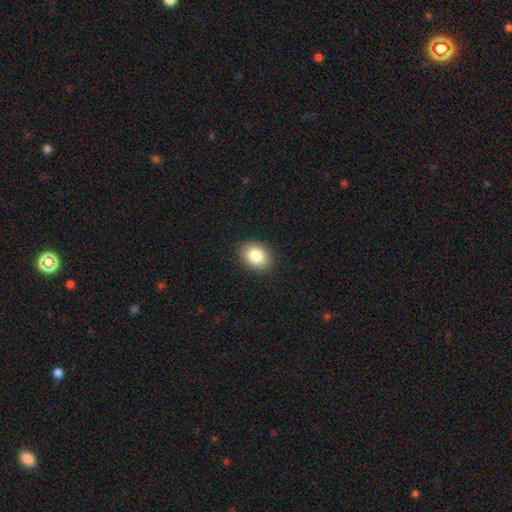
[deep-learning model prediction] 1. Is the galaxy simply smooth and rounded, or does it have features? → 84% smooth, 8% star or artifact, 7% featured or disk.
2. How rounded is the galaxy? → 66% in between, 33% round, 1% cigar-shaped.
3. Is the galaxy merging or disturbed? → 89% none, 8% minor disturbance, 2% major disturbance, 1% merger.